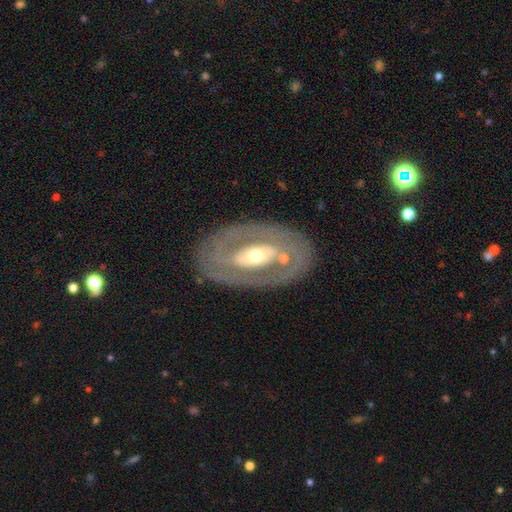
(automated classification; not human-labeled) A featured or disk galaxy (72%) with no bar (56%), no spiral arms (67%) and a moderate central bulge (60%).

Vote fractions:
- Smooth or featured? featured or disk: 72% / smooth: 23% / star or artifact: 5%
- Edge-on disk? no: 90% / yes: 10%
- Bar? no: 56% / weak: 24% / strong: 21%
- Spiral arms? no: 67% / yes: 33%
- Bulge size? moderate: 60% / small: 28% / large: 9% / dominant: 2% / none: 1%
- Merging? none: 78% / minor disturbance: 13% / major disturbance: 6% / merger: 3%